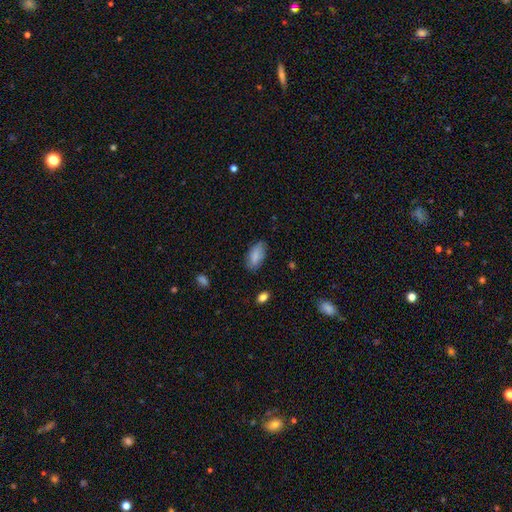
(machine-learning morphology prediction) A smooth galaxy with no disk features (83%) that is in between round and cigar-shaped (92%). Merging: none (76%).